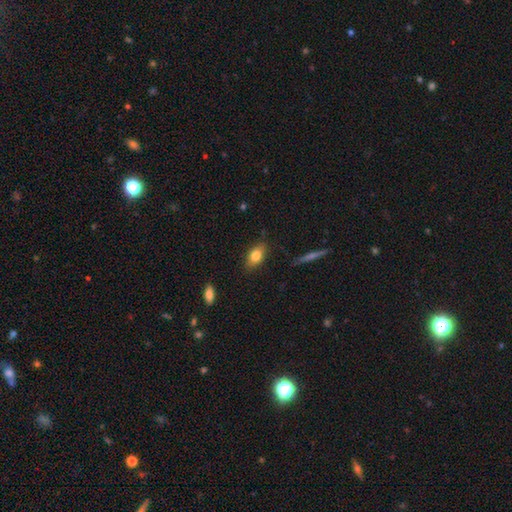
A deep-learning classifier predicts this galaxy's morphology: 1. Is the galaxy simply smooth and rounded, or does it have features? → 79% smooth, 13% featured or disk, 8% star or artifact.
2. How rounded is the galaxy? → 85% in between, 9% round, 7% cigar-shaped.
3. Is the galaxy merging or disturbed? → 82% none, 13% minor disturbance, 3% major disturbance, 2% merger.